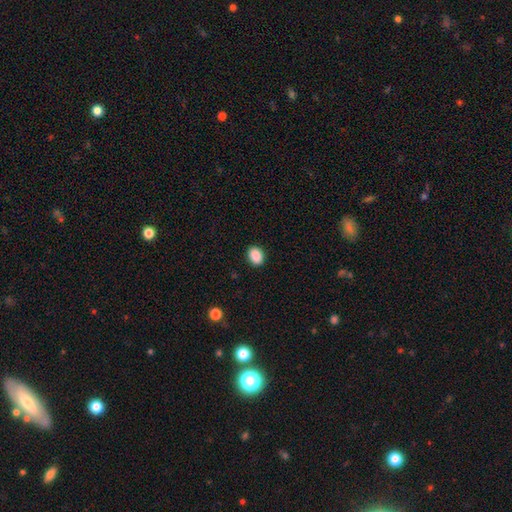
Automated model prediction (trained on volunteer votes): smooth-or-featured: smooth: 90% | star or artifact: 8% | featured or disk: 2%
  how-rounded: in between: 65% | round: 34% | cigar-shaped: 1%
  merging: none: 90% | minor disturbance: 7% | major disturbance: 2% | merger: 1%